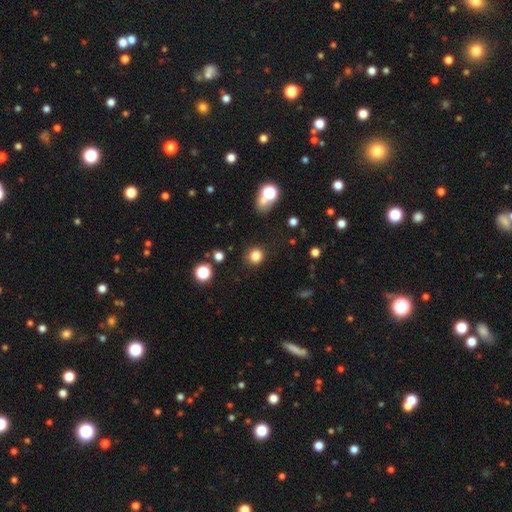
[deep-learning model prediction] Overall: smooth (82%). How rounded: round (88%). Merging: none (84%).